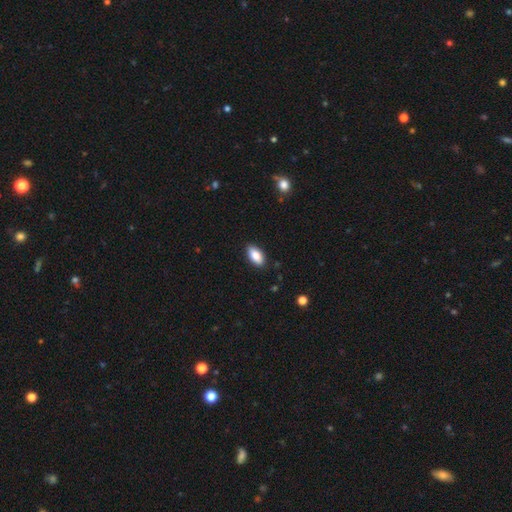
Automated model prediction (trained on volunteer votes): A smooth galaxy with no disk features (85%) that is in between round and cigar-shaped (91%). Merging: none (87%).